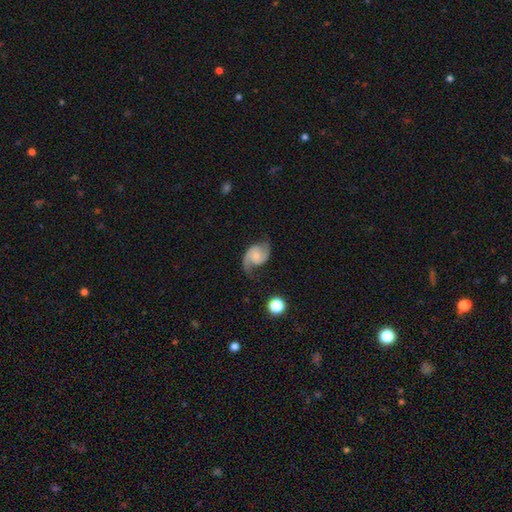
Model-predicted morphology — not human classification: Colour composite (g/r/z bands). It shows a featured or disk galaxy (84%) with no bar (63%), 2 (90%) medium (47%) spiral arms (97%) and a small central bulge (51%). Merging: none (69%).